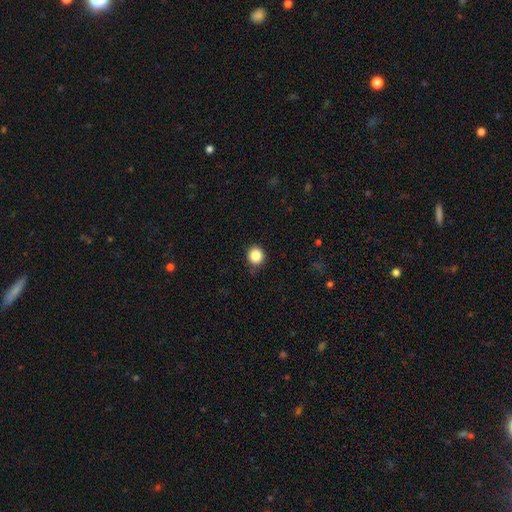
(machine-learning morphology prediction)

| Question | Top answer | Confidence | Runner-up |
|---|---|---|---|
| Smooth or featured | smooth | 86% | star or artifact (10%) |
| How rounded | round | 88% | in between (11%) |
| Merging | none | 84% | minor disturbance (12%) |